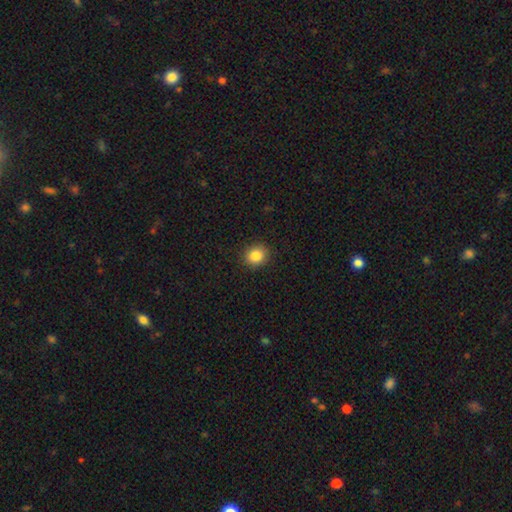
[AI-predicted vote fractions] Overall: smooth (87%). How rounded: round (80%). Merging: none (90%).